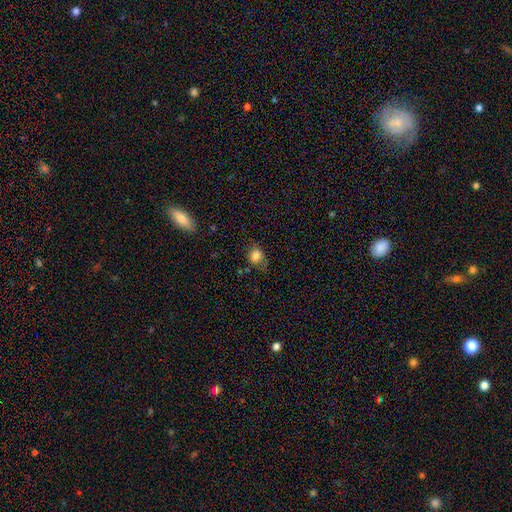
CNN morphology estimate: Smooth or featured? smooth (82%)
How rounded? round (51%)
Merging? none (59%)